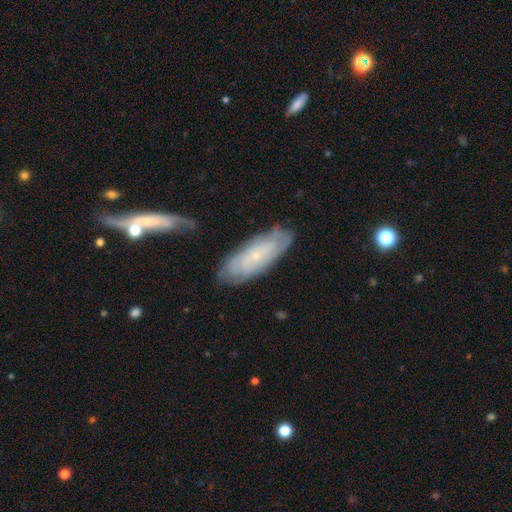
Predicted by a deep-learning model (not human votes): The model was most divided on "smooth or featured": featured or disk: 62%, smooth: 31%, star or artifact: 7%. More confident: edge-on disk — no (85%); bulge size — small (84%); spiral arms — yes (80%); bar — no (79%); merging — none (75%).